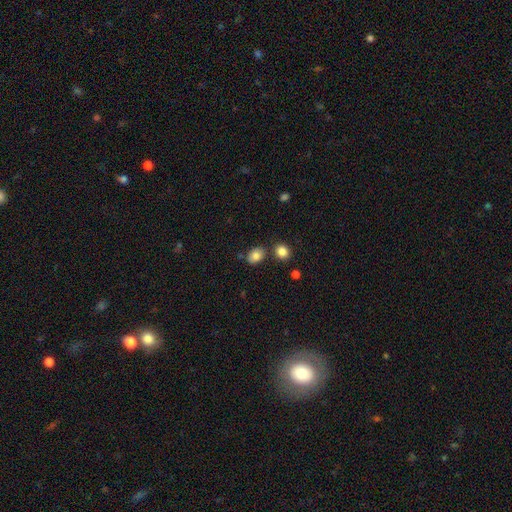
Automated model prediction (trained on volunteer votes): smooth-or-featured: smooth: 83% | star or artifact: 10% | featured or disk: 7%
  how-rounded: in between: 66% | round: 33% | cigar-shaped: 1%
  merging: none: 73% | minor disturbance: 12% | merger: 11% | major disturbance: 3%